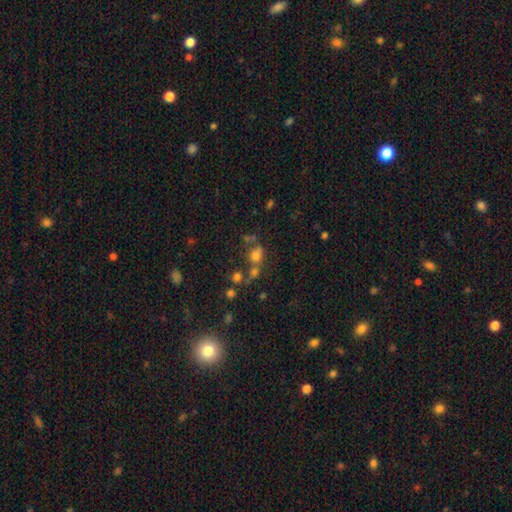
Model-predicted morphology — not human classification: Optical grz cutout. It shows a smooth galaxy with no disk features (65%) that is round (69%). Merging: none (43%).